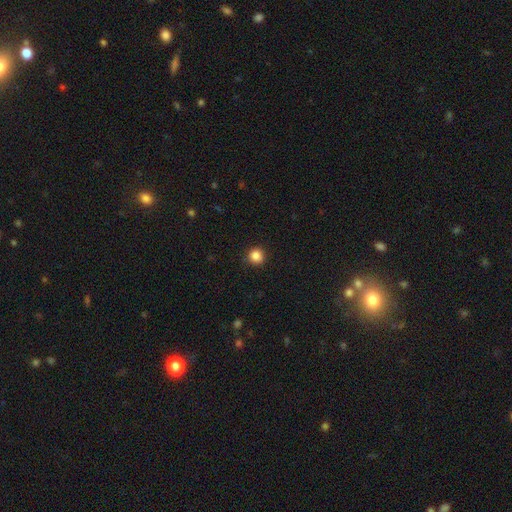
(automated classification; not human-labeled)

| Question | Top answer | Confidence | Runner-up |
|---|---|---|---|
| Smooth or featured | smooth | 86% | star or artifact (11%) |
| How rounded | round | 92% | in between (7%) |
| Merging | none | 89% | minor disturbance (8%) |